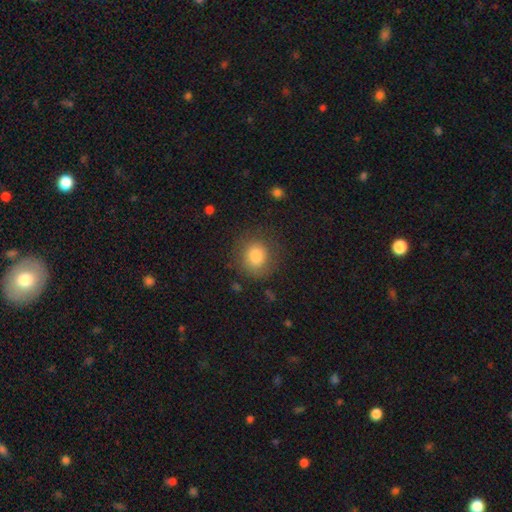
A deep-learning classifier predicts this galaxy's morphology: Overall: smooth (83%). How rounded: round (82%). Merging: none (81%).